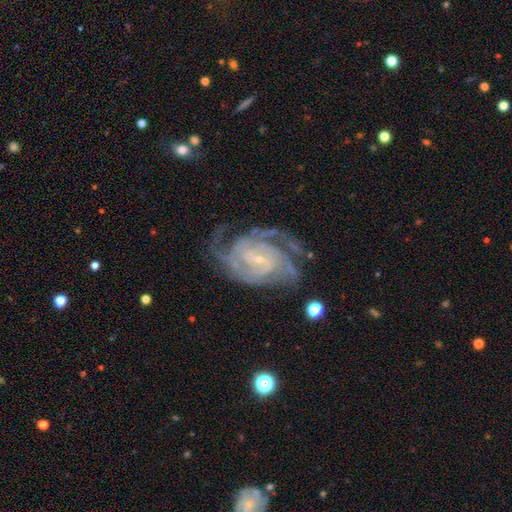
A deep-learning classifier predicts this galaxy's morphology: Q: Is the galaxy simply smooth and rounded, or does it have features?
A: featured or disk — 89%.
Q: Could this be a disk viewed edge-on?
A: no — 97%.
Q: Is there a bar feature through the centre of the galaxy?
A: weak — 43%.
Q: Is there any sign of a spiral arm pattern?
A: yes — 98%.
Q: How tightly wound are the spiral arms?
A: tight — 66%.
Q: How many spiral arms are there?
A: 3 — 27%, tied with 2.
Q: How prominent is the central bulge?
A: small — 79%.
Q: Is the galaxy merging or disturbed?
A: none — 73%.